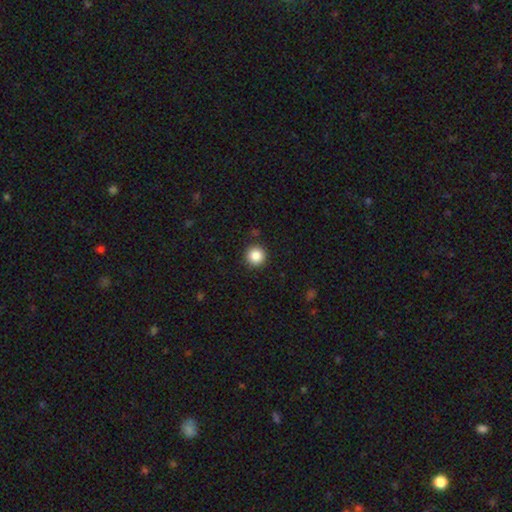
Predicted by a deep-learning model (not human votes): Q: Smooth or featured?
A: smooth (86%); runner-up: star or artifact (10%)
Q: How rounded?
A: round (96%); runner-up: in between (4%)
Q: Merging?
A: none (91%); runner-up: minor disturbance (6%)